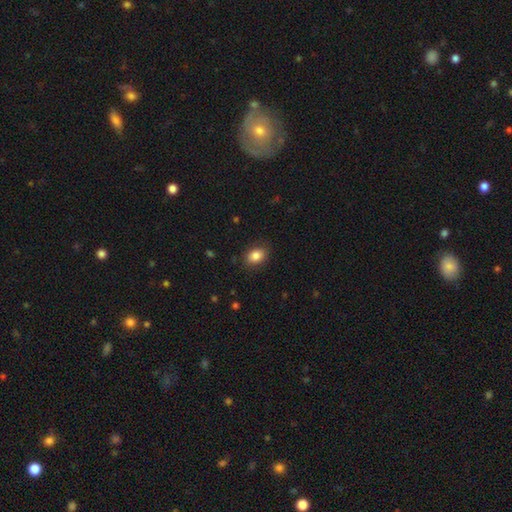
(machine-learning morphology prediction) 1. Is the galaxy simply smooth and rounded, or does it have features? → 85% smooth, 9% star or artifact, 6% featured or disk.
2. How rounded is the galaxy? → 72% in between, 27% round, 1% cigar-shaped.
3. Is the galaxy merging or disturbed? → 85% none, 11% minor disturbance, 3% major disturbance, 1% merger.